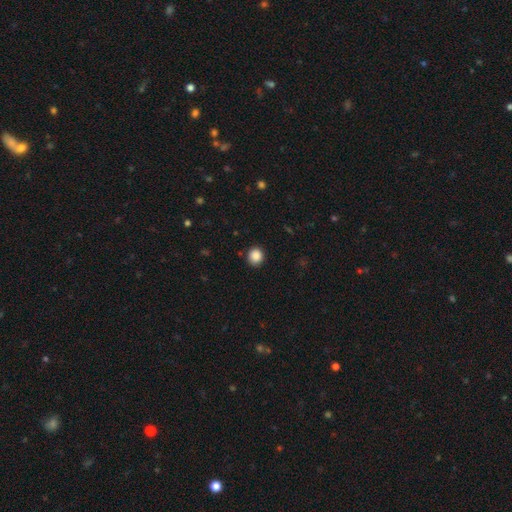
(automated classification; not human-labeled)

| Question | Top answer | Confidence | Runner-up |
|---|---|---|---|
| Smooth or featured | smooth | 87% | star or artifact (10%) |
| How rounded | round | 88% | in between (11%) |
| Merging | none | 89% | minor disturbance (8%) |